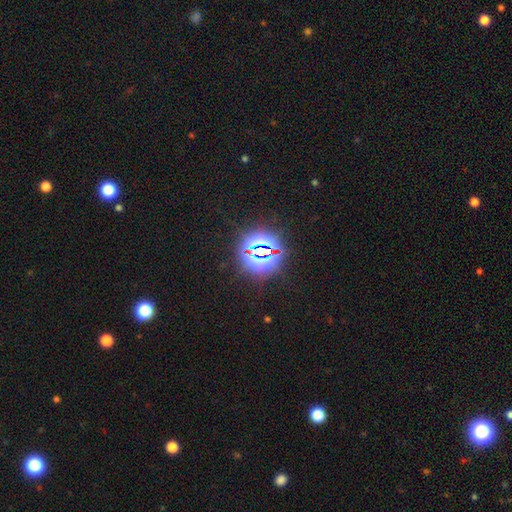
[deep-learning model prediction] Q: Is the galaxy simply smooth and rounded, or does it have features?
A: star or artifact — 80%.